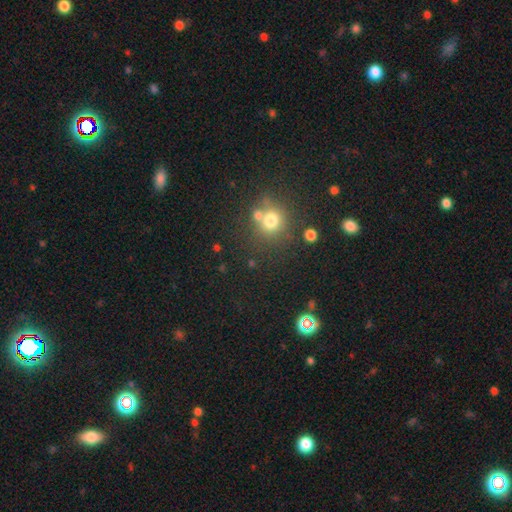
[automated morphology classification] A smooth galaxy with no disk features (52%) that is round (92%). Merging: none (81%).